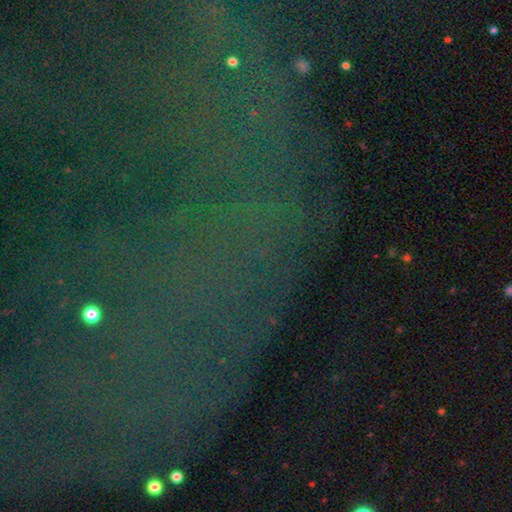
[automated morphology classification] Smooth or featured? star or artifact (77%)